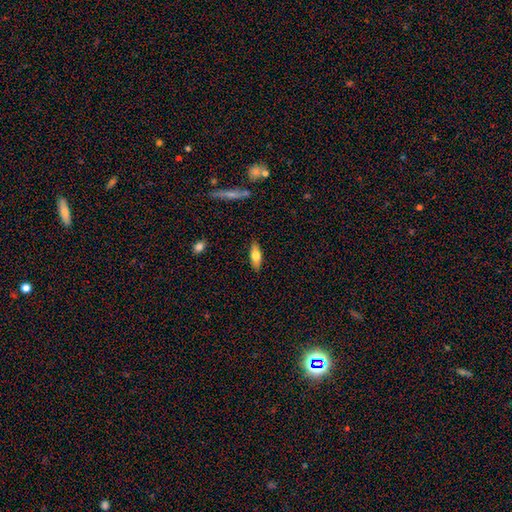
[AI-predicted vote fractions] Morphology: type=smooth (70%); roundness=in between (66%); merging=none (87%).